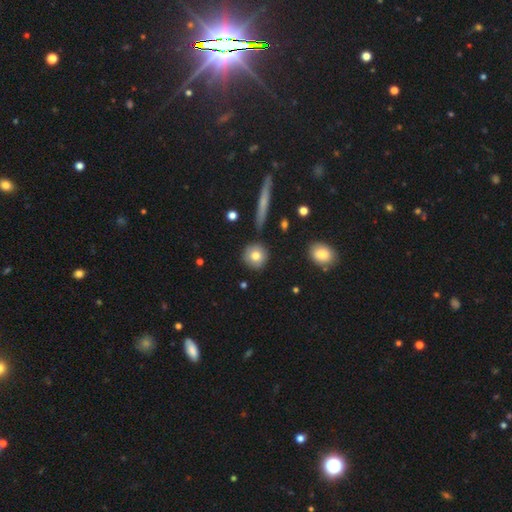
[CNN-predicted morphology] type=smooth (78%); roundness=round (91%); merging=none (86%).